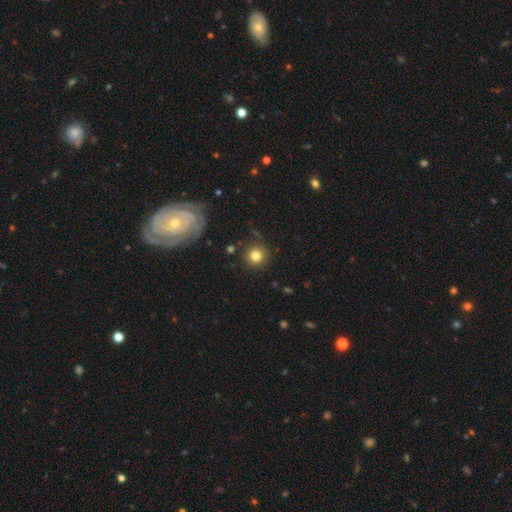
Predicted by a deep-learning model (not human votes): A smooth galaxy with no disk features (80%) that is round (93%).

Vote fractions:
- Smooth or featured? smooth: 80% / star or artifact: 12% / featured or disk: 9%
- How rounded? round: 93% / in between: 6% / cigar-shaped: 1%
- Merging? none: 87% / minor disturbance: 8% / major disturbance: 3% / merger: 2%